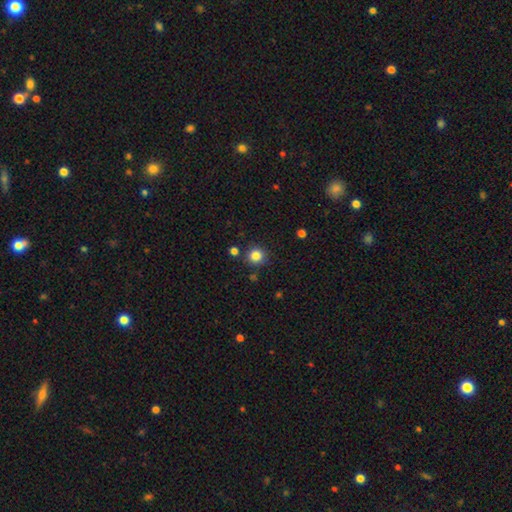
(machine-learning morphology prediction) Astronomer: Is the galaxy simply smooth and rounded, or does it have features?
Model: smooth — 83%.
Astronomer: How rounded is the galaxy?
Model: round — 93%.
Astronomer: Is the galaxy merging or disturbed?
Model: none — 86%.